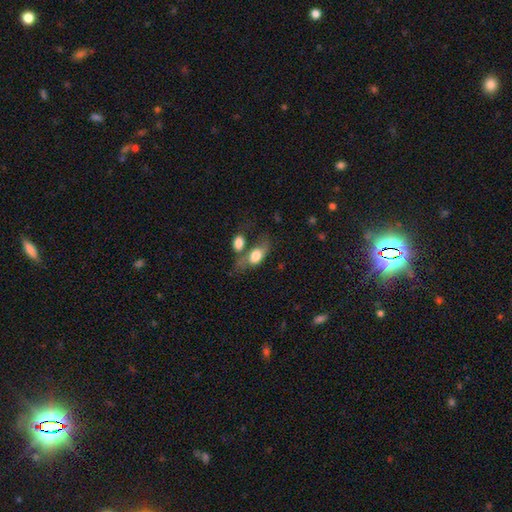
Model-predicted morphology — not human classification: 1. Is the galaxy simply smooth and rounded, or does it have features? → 70% smooth, 23% featured or disk, 7% star or artifact.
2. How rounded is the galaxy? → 84% in between, 10% round, 7% cigar-shaped.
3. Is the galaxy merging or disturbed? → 37% merger, 33% none, 16% minor disturbance, 13% major disturbance.